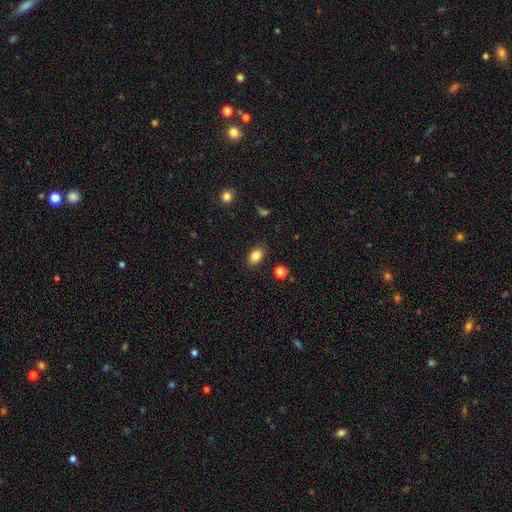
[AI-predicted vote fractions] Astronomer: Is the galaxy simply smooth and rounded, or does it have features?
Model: smooth — 84%.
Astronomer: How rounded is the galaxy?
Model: in between — 82%.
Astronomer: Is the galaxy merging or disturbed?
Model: none — 86%.